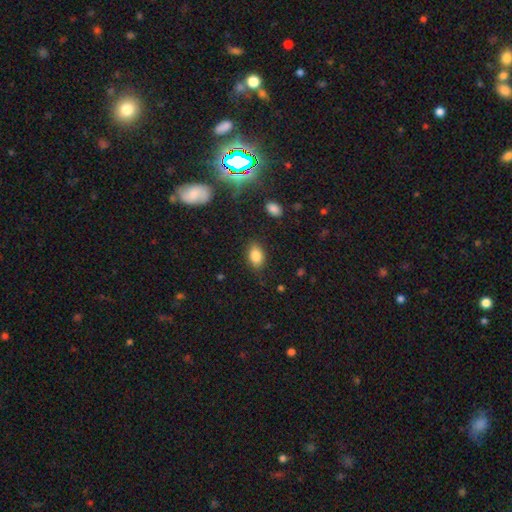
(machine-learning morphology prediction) This is clearly a smooth galaxy (84%). How rounded: clearly in between (86%). Merging: clearly none (84%).